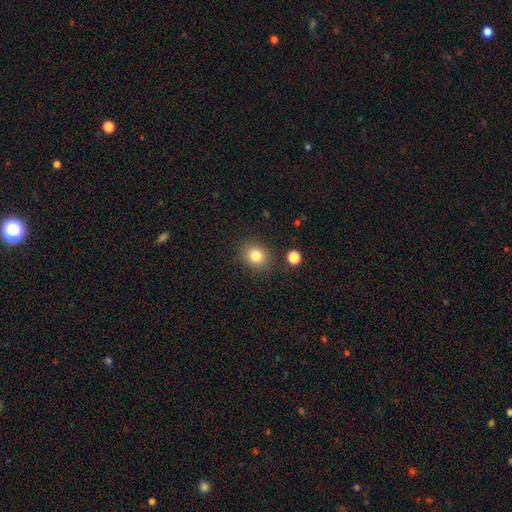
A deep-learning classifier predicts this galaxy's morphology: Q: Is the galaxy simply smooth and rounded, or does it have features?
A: smooth — 83%.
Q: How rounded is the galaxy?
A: round — 67%.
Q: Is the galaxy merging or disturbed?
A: none — 84%.